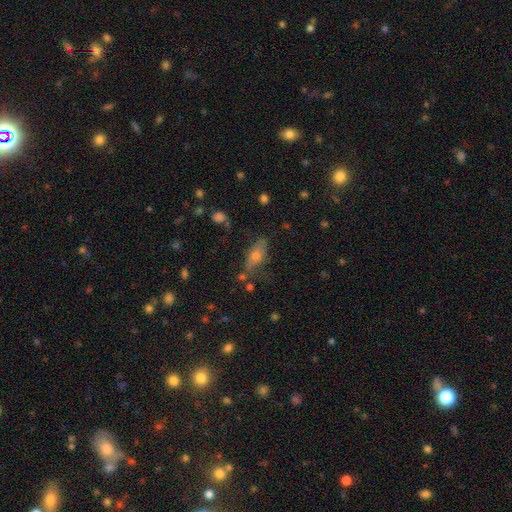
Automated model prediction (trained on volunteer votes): Morphology: type=smooth (53%); roundness=in between (65%); merging=none (65%).